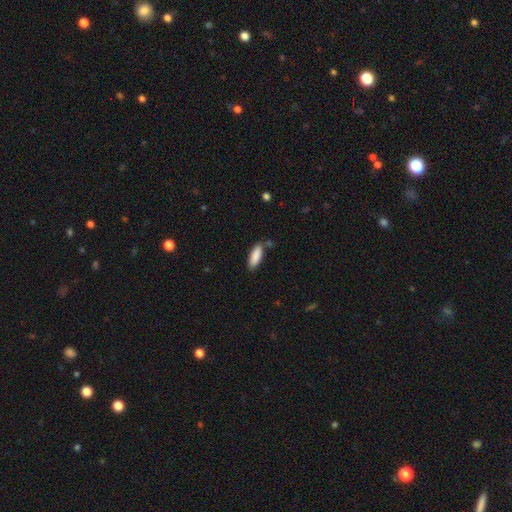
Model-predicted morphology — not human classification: smooth-or-featured: smooth: 88% | star or artifact: 6% | featured or disk: 6%
  how-rounded: in between: 64% | cigar-shaped: 34% | round: 1%
  merging: none: 76% | minor disturbance: 16% | merger: 5% | major disturbance: 3%